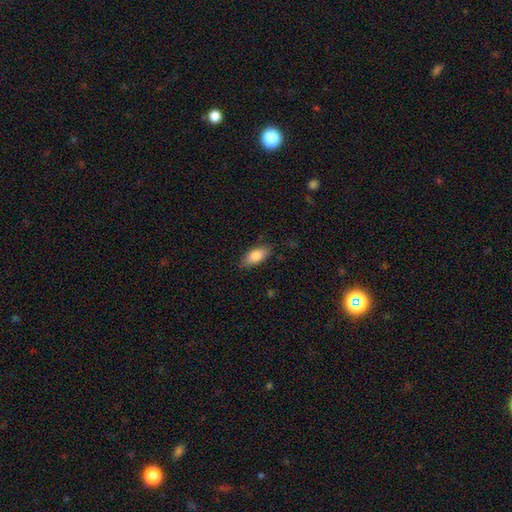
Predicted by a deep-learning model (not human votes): This is clearly a smooth galaxy (83%). How rounded: clearly in between (87%). Merging: clearly none (85%).